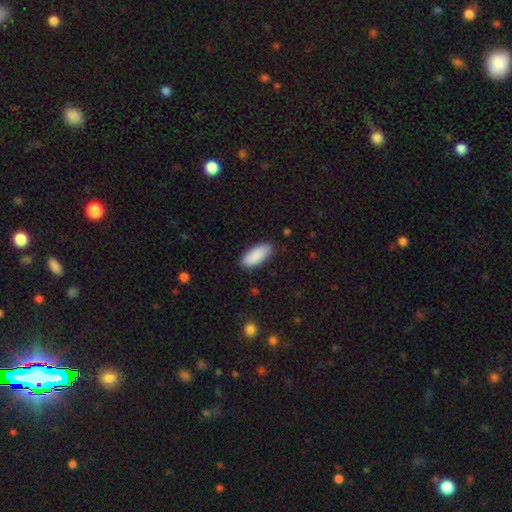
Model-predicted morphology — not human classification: smooth_or_featured: smooth (p=0.90) [alt: star or artifact p=0.06]
how_rounded: in between (p=0.86) [alt: cigar-shaped p=0.12]
merging: none (p=0.85) [alt: minor disturbance p=0.12]